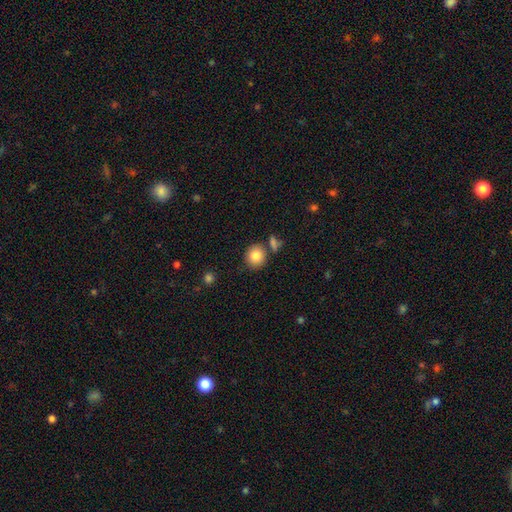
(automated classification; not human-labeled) This appears to be a smooth galaxy with no disk features (84%) that is round (85%). Merging: none (77%).